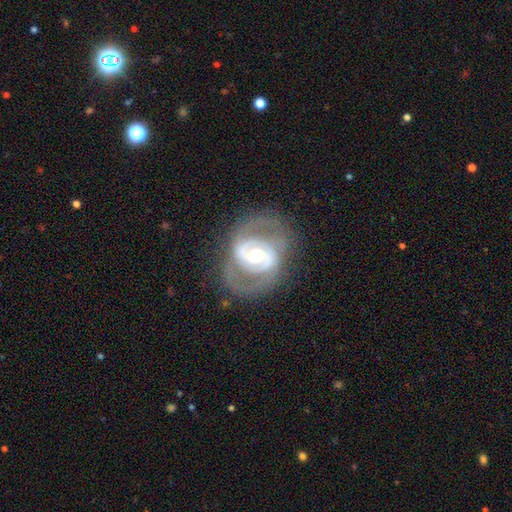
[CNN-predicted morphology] A featured or disk galaxy (81%) with no bar (40%), 2 (79%) medium (46%) spiral arms (73%) and a moderate central bulge (68%).

Vote fractions:
- Smooth or featured? featured or disk: 81% / smooth: 14% / star or artifact: 5%
- Edge-on disk? no: 96% / yes: 4%
- Bar? no: 40% / weak: 36% / strong: 24%
- Spiral arms? yes: 73% / no: 27%
- Spiral winding? medium: 46% / tight: 34% / loose: 20%
- Spiral arm count? 2: 79% / can't tell: 12% / 1: 4% / 3: 3% / 4: 1% / more than 4: 1%
- Bulge size? moderate: 68% / small: 18% / large: 12% / dominant: 1% / none: 1%
- Merging? none: 70% / minor disturbance: 15% / major disturbance: 13% / merger: 1%